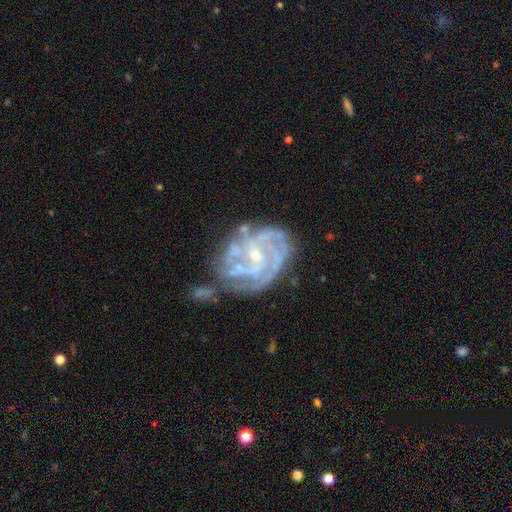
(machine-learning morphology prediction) type=featured or disk (87%); edge-on=no (98%); bar=no (53%); spiral arms=yes (93%); winding=tight (57%); arm count=can't tell (27%); bulge=small (73%); merging=none (55%).